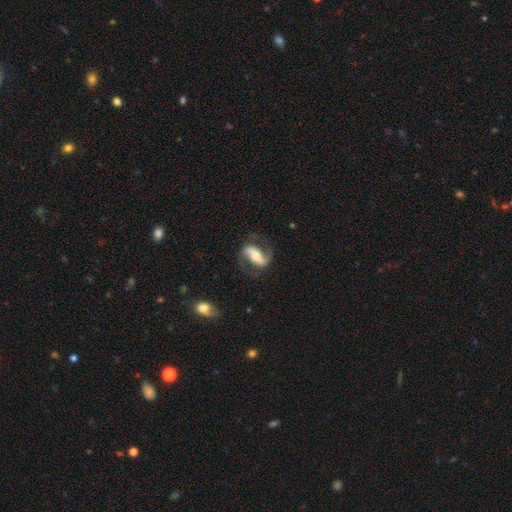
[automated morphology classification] type=featured or disk (81%); edge-on=no (93%); bar=strong (54%); spiral arms=yes (93%); winding=loose (46%); arm count=2 (90%); bulge=moderate (58%); merging=none (74%).